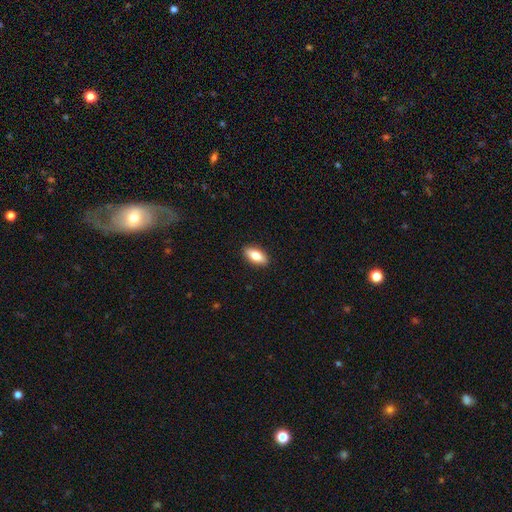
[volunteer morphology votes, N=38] This appears to be a smooth galaxy with no disk features (89%) that is in between round and cigar-shaped (94%). Merging: none (89%).